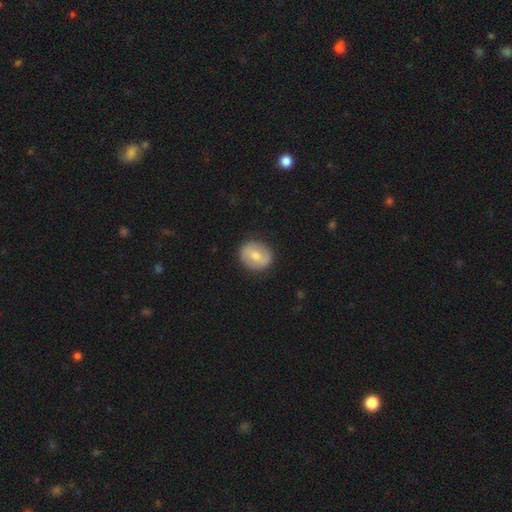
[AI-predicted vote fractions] smooth 56%, featured or disk 38%, star or artifact 6%. Down the decision tree: how rounded — round (72%); merging — none (88%).